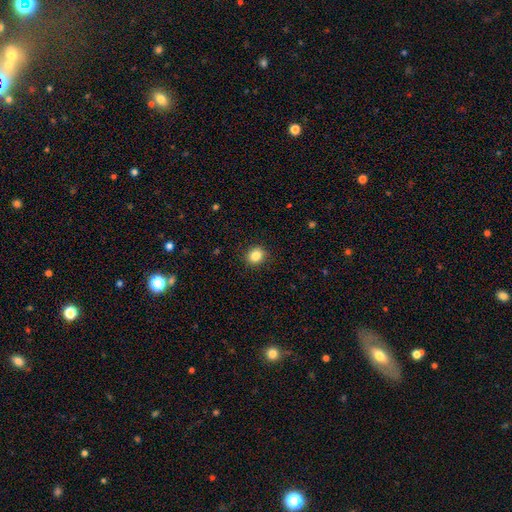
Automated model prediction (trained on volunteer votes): Smooth or featured? smooth (85%)
How rounded? round (72%)
Merging? none (90%)